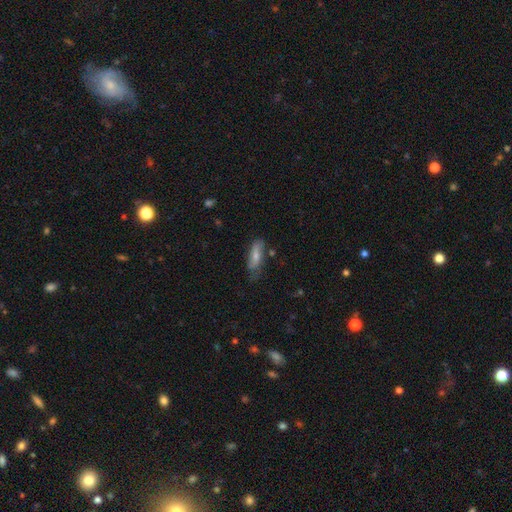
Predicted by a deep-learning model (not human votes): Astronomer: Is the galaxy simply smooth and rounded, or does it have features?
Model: smooth — 61%.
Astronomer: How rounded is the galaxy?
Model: in between — 65%.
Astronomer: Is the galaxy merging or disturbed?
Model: none — 57%.